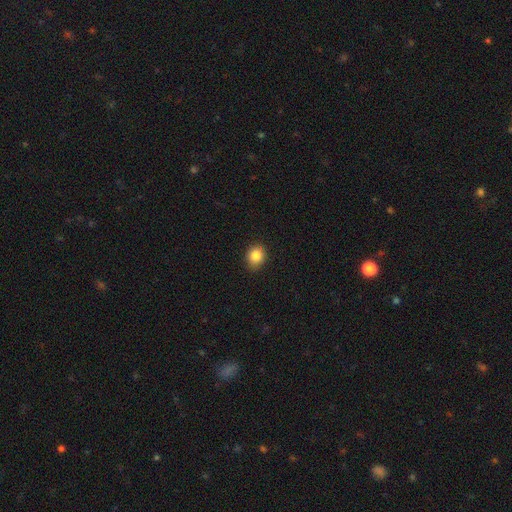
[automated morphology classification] This is clearly a smooth galaxy (85%). How rounded: likely round (66%). Merging: clearly none (86%).